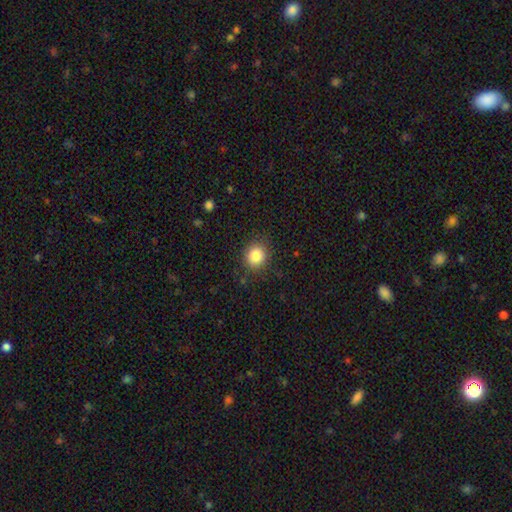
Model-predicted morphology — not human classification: Smooth or featured: smooth — 84% (star or artifact — 10%)
How rounded: round — 84% (in between — 15%)
Merging: none — 88% (minor disturbance — 8%)